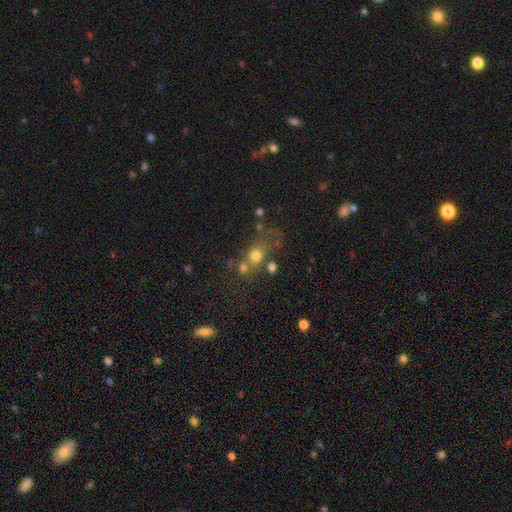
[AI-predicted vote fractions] smooth-or-featured: smooth: 67% | star or artifact: 18% | featured or disk: 15%
  how-rounded: round: 63% | in between: 35% | cigar-shaped: 3%
  merging: none: 44% | merger: 30% | minor disturbance: 14% | major disturbance: 12%